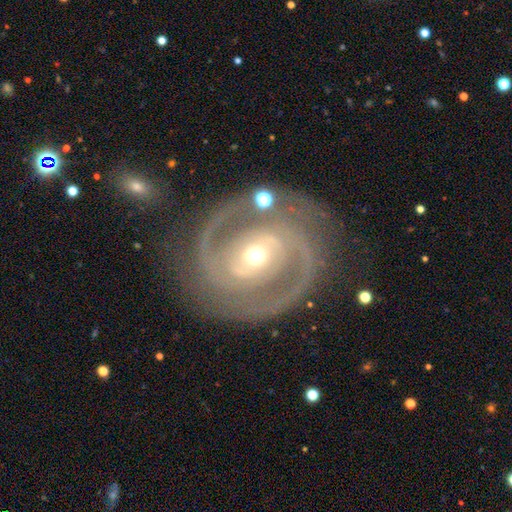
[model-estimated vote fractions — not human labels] featured or disk 90%, smooth 5%, star or artifact 5%. Down the decision tree: edge-on disk — no (97%); bar — no (43%); spiral arms — yes (95%); spiral arm count — 2 (87%); spiral winding — tight (46%); bulge size — moderate (64%); merging — none (76%).